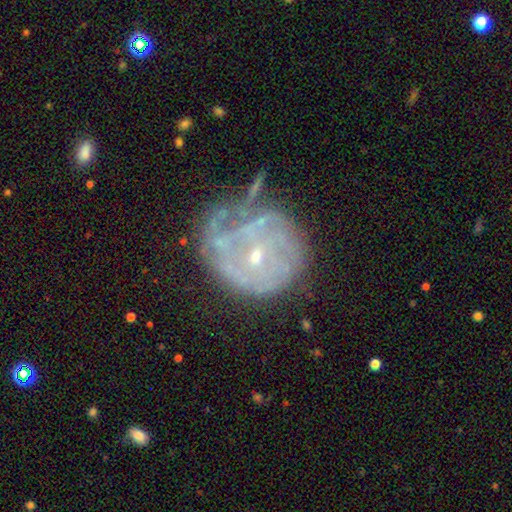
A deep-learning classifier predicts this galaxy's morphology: Smooth or featured? Predicted: featured or disk (p=0.74). Edge-on disk? Predicted: no (p=0.98). Bar? Predicted: no (p=0.71). Spiral arms? Predicted: yes (p=0.71). Spiral winding? Predicted: tight (p=0.66). Spiral arm count? Predicted: can't tell (p=0.56). Bulge size? Predicted: small (p=0.78). Merging? Predicted: none (p=0.40).